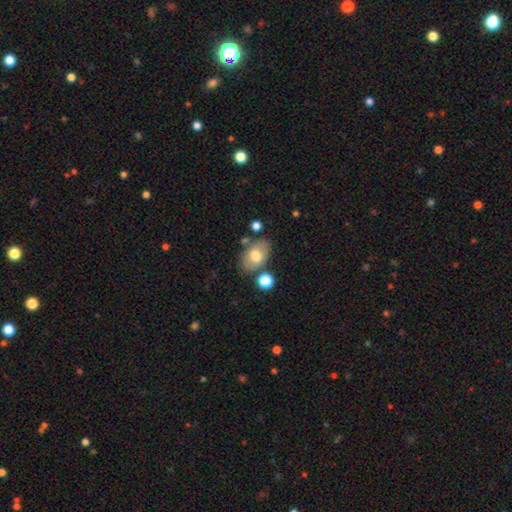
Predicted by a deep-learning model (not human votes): smooth 69%, featured or disk 24%, star or artifact 7%. Down the decision tree: how rounded — in between (88%); merging — none (72%).